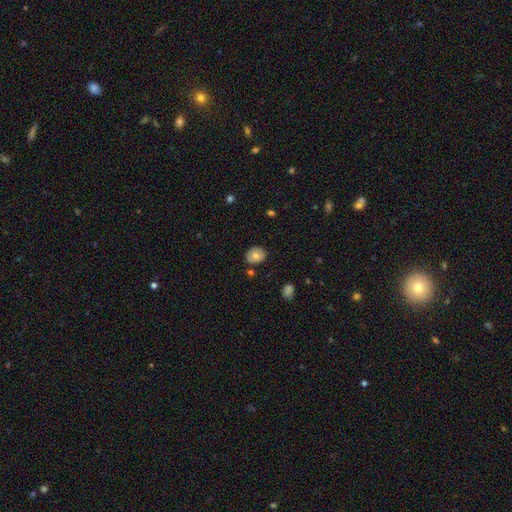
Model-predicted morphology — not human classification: Q: Smooth or featured?
A: smooth (67%); runner-up: featured or disk (25%)
Q: How rounded?
A: round (61%); runner-up: in between (38%)
Q: Merging?
A: none (82%); runner-up: minor disturbance (12%)